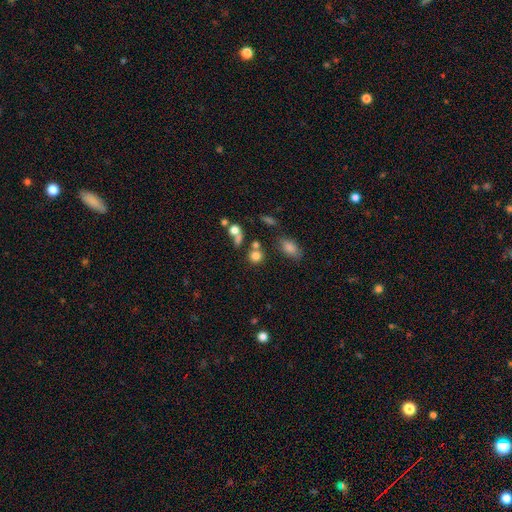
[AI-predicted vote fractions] Smooth or featured? smooth (78%)
How rounded? round (83%)
Merging? none (59%)